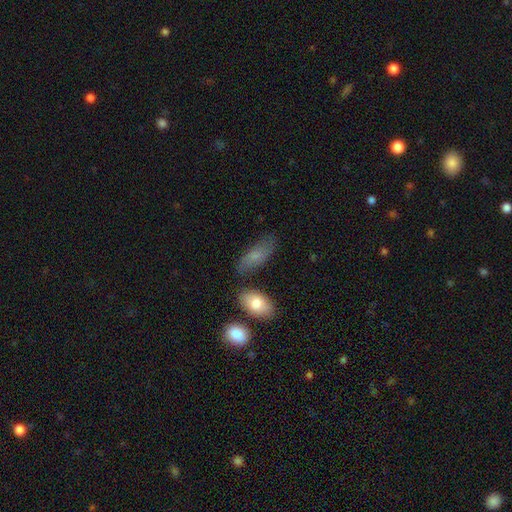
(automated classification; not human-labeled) smooth 72%, featured or disk 20%, star or artifact 8%. Down the decision tree: how rounded — in between (83%); merging — none (65%).